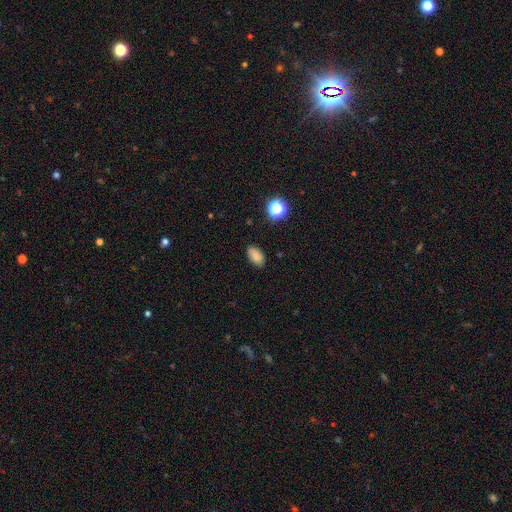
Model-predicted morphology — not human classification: Smooth or featured?
  - smooth: 82% *
  - star or artifact: 11%
  - featured or disk: 6%
How rounded?
  - in between: 90% *
  - round: 7%
  - cigar-shaped: 2%
Merging?
  - none: 85% *
  - minor disturbance: 11%
  - major disturbance: 2%
  - merger: 1%